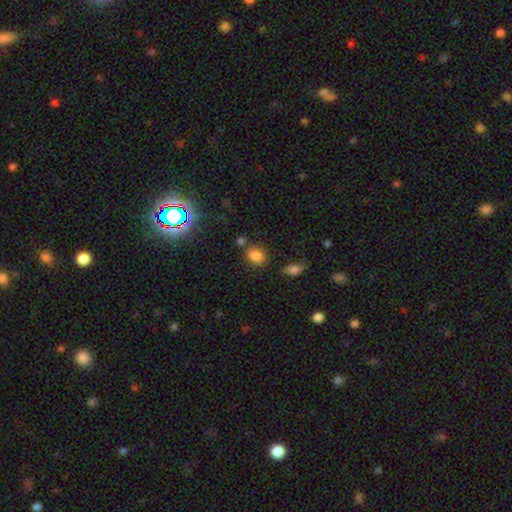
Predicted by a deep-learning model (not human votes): The model was most divided on "how rounded": in between: 63%, round: 36%, cigar-shaped: 2%. More confident: smooth or featured — smooth (81%); merging — none (72%).